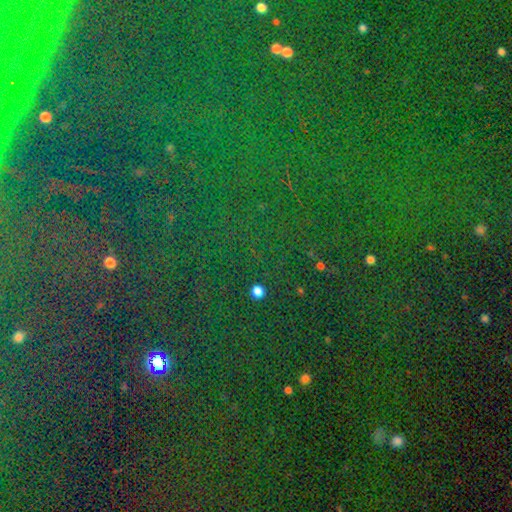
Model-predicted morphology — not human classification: Smooth or featured? star or artifact (82%)